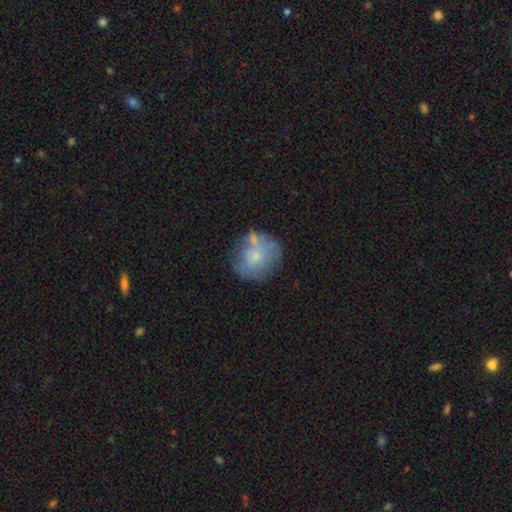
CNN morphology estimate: smooth-or-featured: smooth: 57% | featured or disk: 35% | star or artifact: 8%
  how-rounded: round: 81% | in between: 18% | cigar-shaped: 1%
  merging: none: 57% | minor disturbance: 23% | merger: 11% | major disturbance: 9%